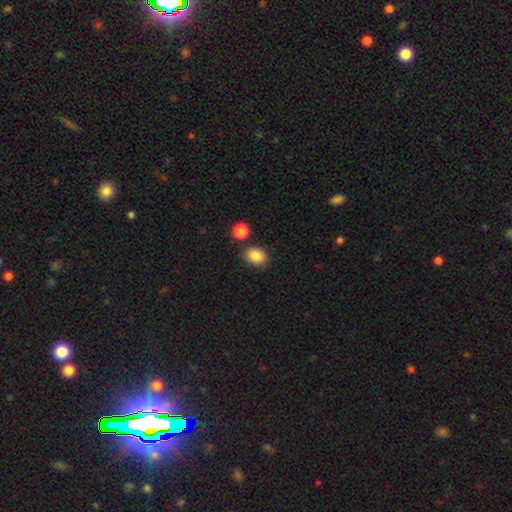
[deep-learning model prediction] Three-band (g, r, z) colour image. It shows a smooth galaxy with no disk features (86%) that is in between round and cigar-shaped (67%). Merging: none (80%).